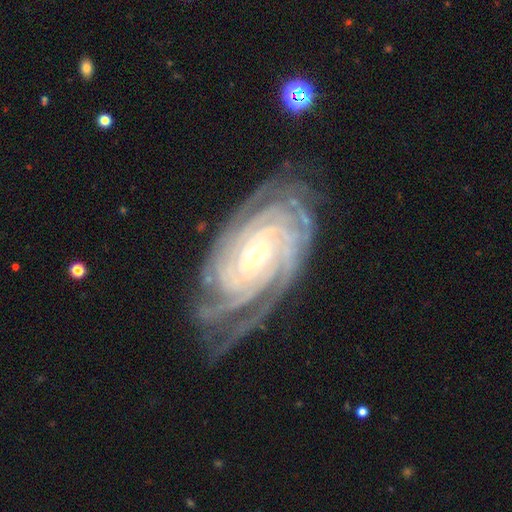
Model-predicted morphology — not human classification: Smooth or featured: featured or disk — 92% (star or artifact — 4%)
Edge-on disk: no — 96% (yes — 4%)
Bar: weak — 38% (tied with no — 38%)
Spiral arms: yes — 99% (no — 1%)
Spiral winding: tight — 85% (medium — 13%)
Spiral arm count: 4 — 32% (more than 4 — 24%)
Bulge size: small — 62% (moderate — 35%)
Merging: none — 76% (minor disturbance — 17%)